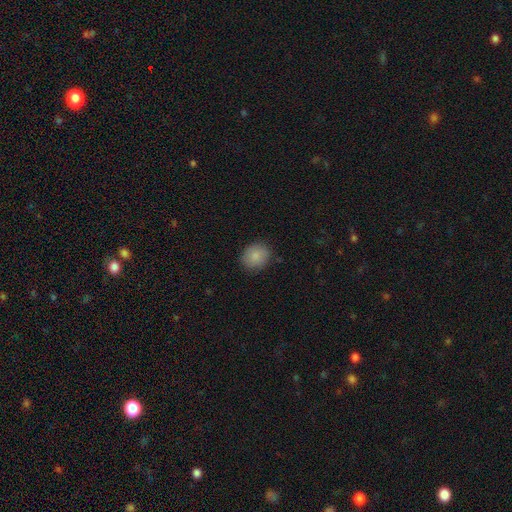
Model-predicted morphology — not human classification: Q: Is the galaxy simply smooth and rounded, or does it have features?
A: smooth — 87%.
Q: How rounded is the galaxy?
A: round — 70%.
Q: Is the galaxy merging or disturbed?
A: none — 85%.